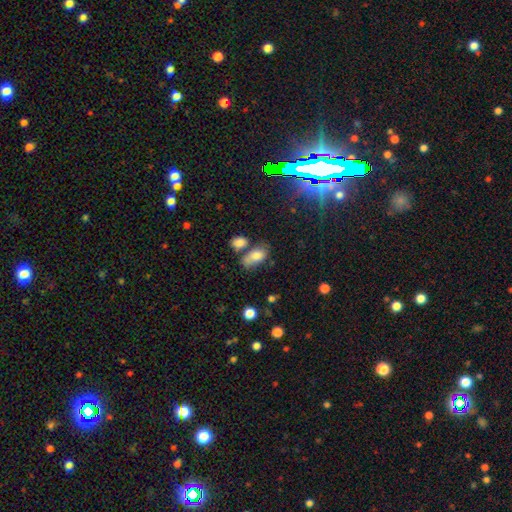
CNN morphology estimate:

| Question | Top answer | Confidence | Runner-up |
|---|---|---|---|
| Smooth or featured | smooth | 78% | featured or disk (13%) |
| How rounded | in between | 89% | round (8%) |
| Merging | none | 44% | merger (28%) |